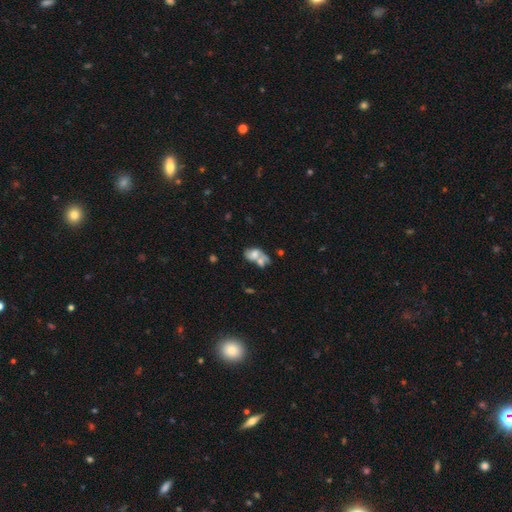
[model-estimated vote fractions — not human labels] This appears to be a smooth galaxy with no disk features (54%) that is in between round and cigar-shaped (79%). Merging: merger (63%).